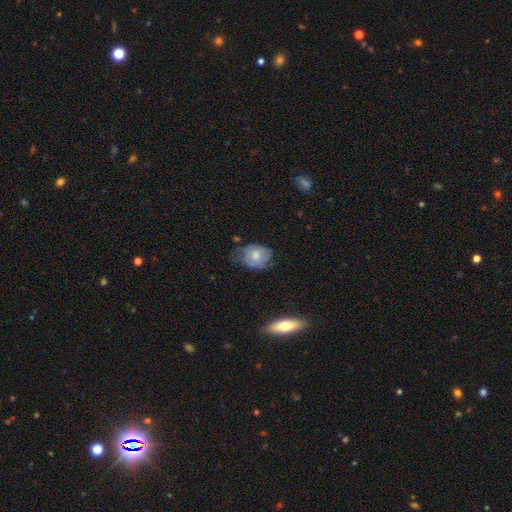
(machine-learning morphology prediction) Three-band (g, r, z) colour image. It shows a smooth galaxy with no disk features (68%) that is in between round and cigar-shaped (60%). Merging: none (51%).